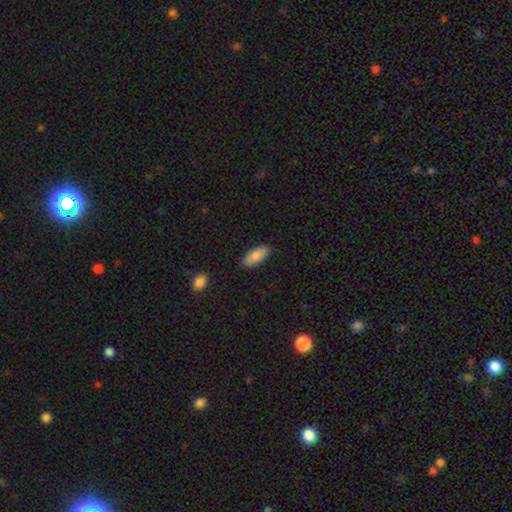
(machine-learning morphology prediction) This appears to be a smooth galaxy with no disk features (84%) that is in between round and cigar-shaped (88%). Merging: none (87%).